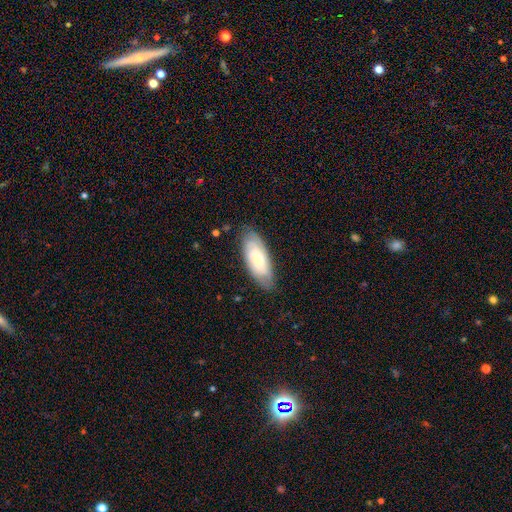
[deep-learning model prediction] Morphology: type=smooth (52%); roundness=in between (75%); merging=none (80%).